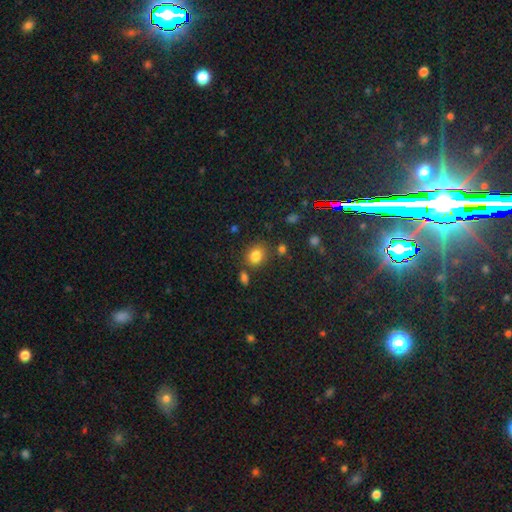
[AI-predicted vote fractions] A smooth galaxy with no disk features (81%) that is round (63%). Merging: none (76%).